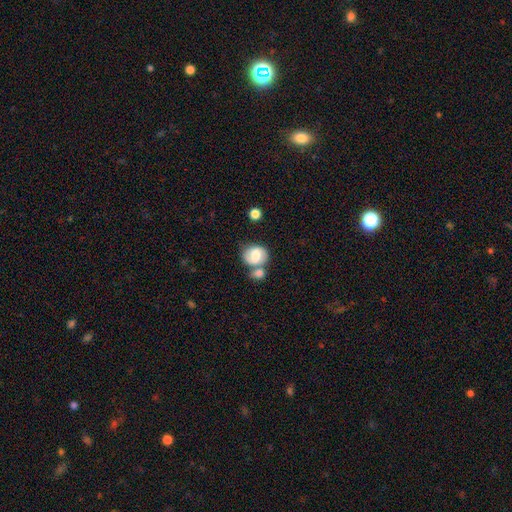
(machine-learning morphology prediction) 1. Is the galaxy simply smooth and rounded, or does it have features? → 56% smooth, 36% featured or disk, 8% star or artifact.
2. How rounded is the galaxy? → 65% round, 34% in between, 1% cigar-shaped.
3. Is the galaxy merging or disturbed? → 44% none, 34% merger, 15% minor disturbance, 6% major disturbance.